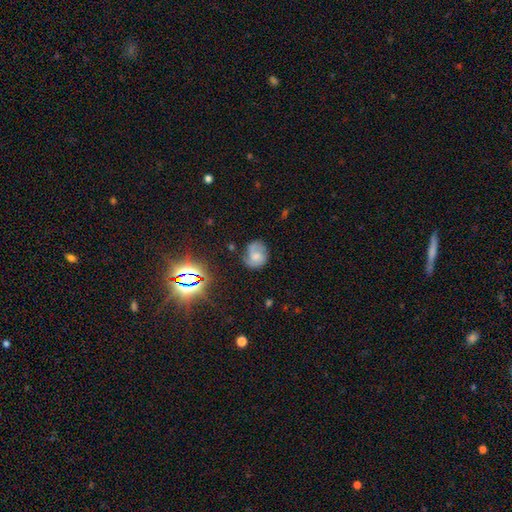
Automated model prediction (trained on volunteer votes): A featured or disk galaxy (50%).

Vote fractions:
- Smooth or featured? featured or disk: 50% / smooth: 37% / star or artifact: 14%
- Merging? none: 61% / minor disturbance: 24% / major disturbance: 11% / merger: 3%